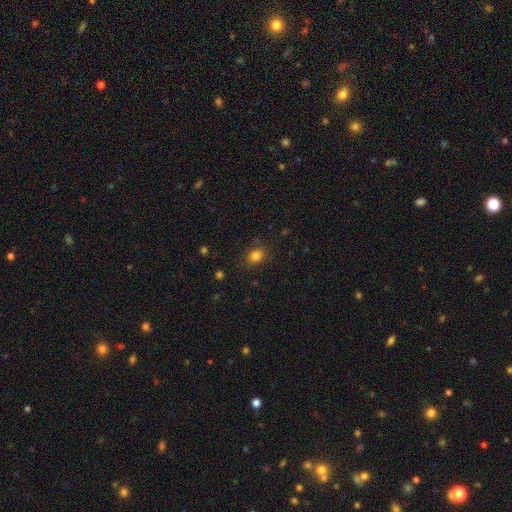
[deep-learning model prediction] The model was most divided on "how rounded": round: 60%, in between: 39%, cigar-shaped: 1%. More confident: merging — none (82%); smooth or featured — smooth (81%).